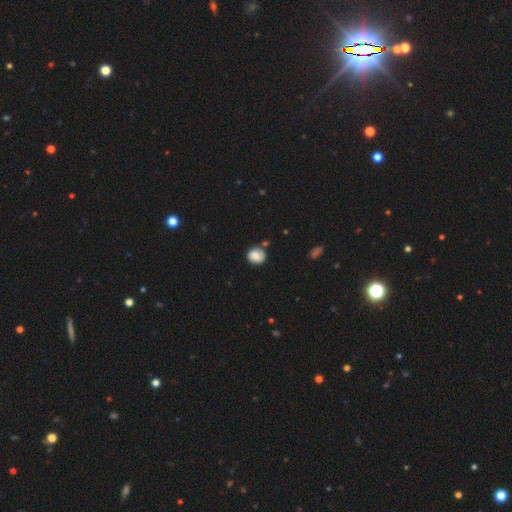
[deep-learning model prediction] Overall: smooth (83%). How rounded: round (73%). Merging: none (70%).